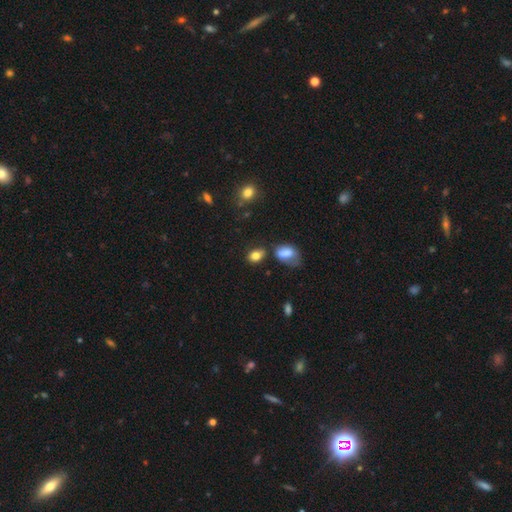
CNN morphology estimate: This appears to be a smooth galaxy with no disk features (81%) that is in between round and cigar-shaped (72%). Merging: none (63%).